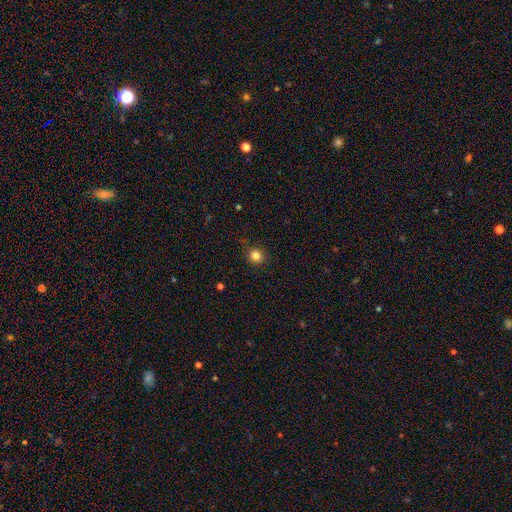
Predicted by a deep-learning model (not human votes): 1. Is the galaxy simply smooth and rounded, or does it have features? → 83% smooth, 12% star or artifact, 5% featured or disk.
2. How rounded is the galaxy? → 87% round, 12% in between, 1% cigar-shaped.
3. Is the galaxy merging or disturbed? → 87% none, 9% minor disturbance, 3% major disturbance, 1% merger.